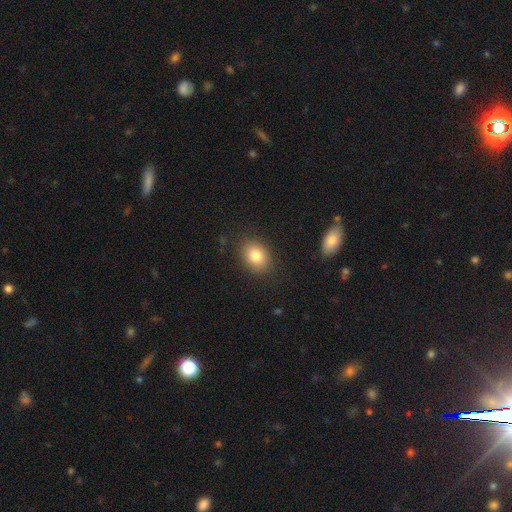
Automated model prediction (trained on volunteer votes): smooth_or_featured: smooth (p=0.82) [alt: star or artifact p=0.09]
how_rounded: in between (p=0.62) [alt: round p=0.37]
merging: none (p=0.85) [alt: minor disturbance p=0.10]